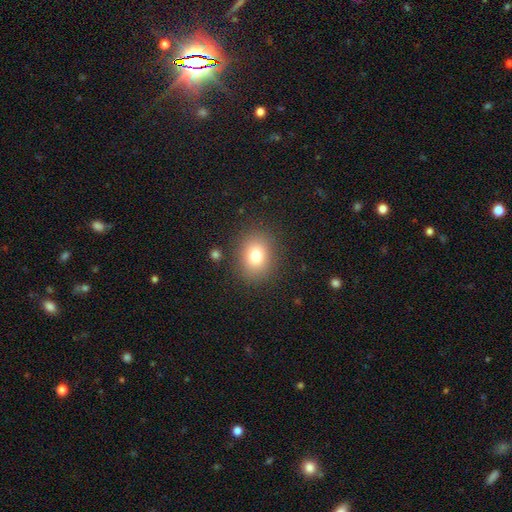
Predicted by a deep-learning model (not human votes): A smooth galaxy with no disk features (77%) that is round (53%).

Vote fractions:
- Smooth or featured? smooth: 77% / star or artifact: 12% / featured or disk: 10%
- How rounded? round: 53% / in between: 46% / cigar-shaped: 1%
- Merging? none: 86% / minor disturbance: 9% / major disturbance: 4% / merger: 2%